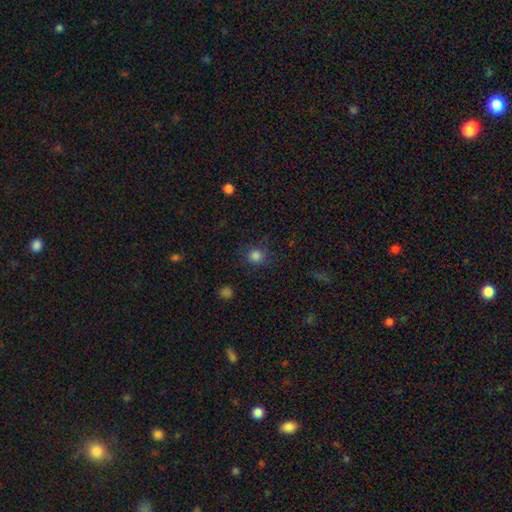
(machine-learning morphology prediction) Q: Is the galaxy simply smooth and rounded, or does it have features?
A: smooth — 82%.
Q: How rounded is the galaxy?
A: round — 88%.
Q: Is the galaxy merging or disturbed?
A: none — 81%.